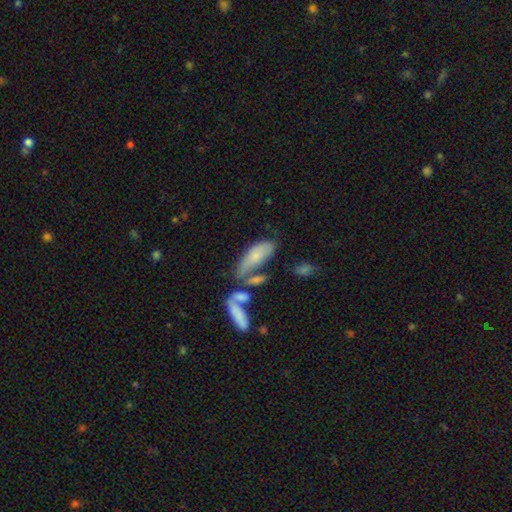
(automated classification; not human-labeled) Q: Smooth or featured?
A: smooth (65%); runner-up: featured or disk (27%)
Q: How rounded?
A: in between (69%); runner-up: cigar-shaped (29%)
Q: Merging?
A: merger (34%); runner-up: none (31%)